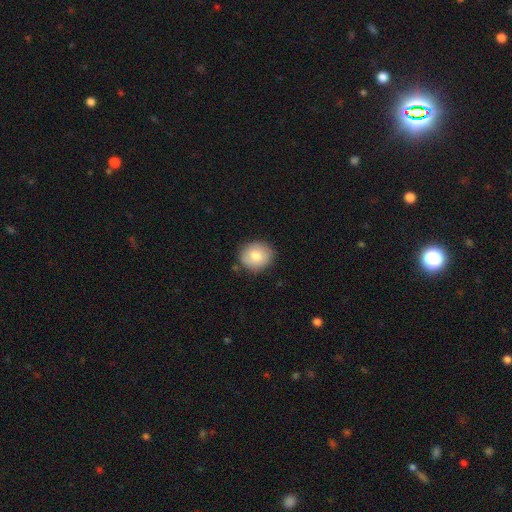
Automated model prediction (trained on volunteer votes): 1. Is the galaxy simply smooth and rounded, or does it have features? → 77% smooth, 15% featured or disk, 8% star or artifact.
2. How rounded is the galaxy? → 79% round, 20% in between, 1% cigar-shaped.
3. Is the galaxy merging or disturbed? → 84% none, 12% minor disturbance, 2% major disturbance, 2% merger.